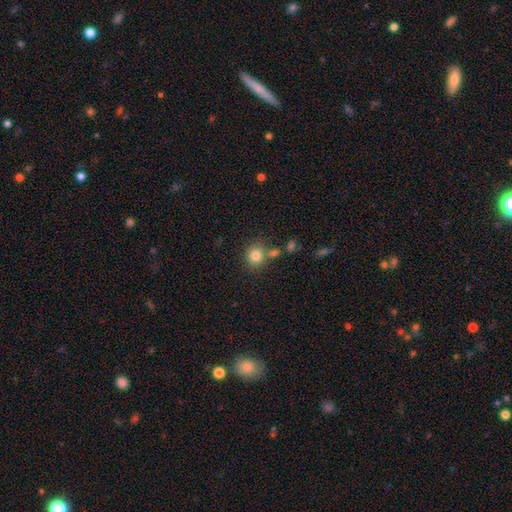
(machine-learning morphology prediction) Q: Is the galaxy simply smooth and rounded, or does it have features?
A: smooth — 82%.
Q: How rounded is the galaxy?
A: round — 77%.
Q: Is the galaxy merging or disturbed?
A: none — 69%.